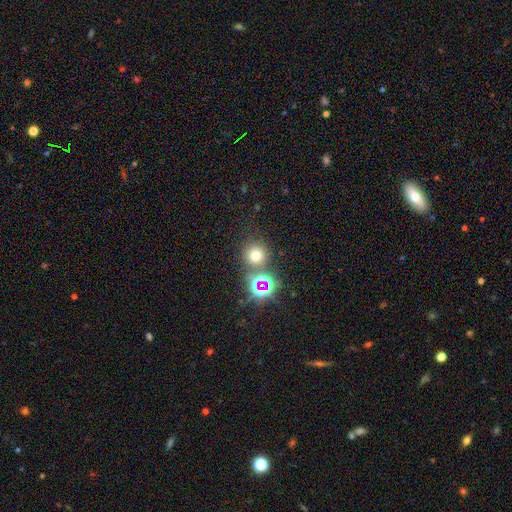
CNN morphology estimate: smooth 64%, star or artifact 28%, featured or disk 8%. Down the decision tree: how rounded — round (92%); merging — none (75%).